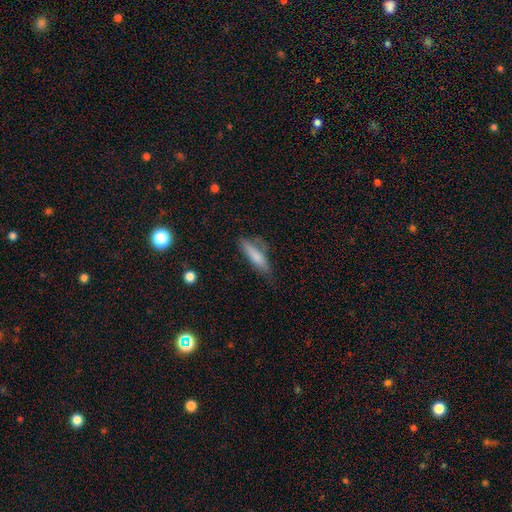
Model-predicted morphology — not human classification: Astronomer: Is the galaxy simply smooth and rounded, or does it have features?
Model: smooth — 77%.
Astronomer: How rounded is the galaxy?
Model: cigar-shaped — 62%.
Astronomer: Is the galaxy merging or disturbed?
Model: none — 60%.